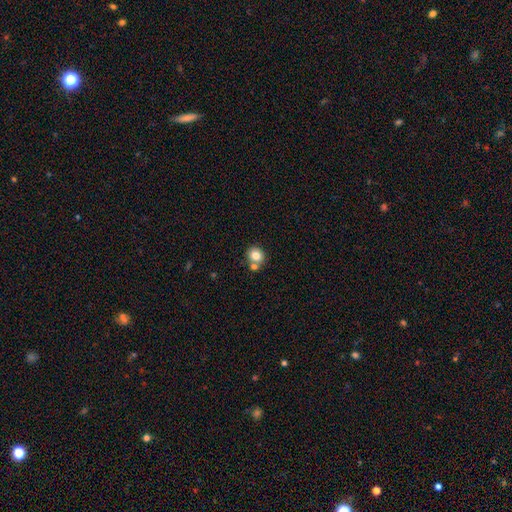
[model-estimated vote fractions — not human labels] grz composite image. It shows a smooth galaxy with no disk features (80%) that is round (81%). Merging: none (61%).